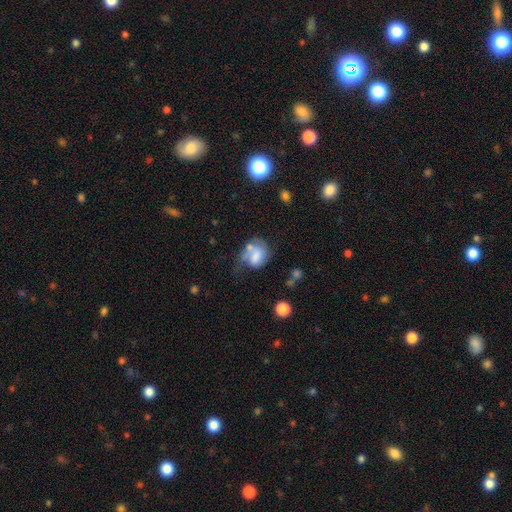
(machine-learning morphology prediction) Smooth or featured? smooth (58%)
How rounded? in between (53%)
Merging? major disturbance (31%)